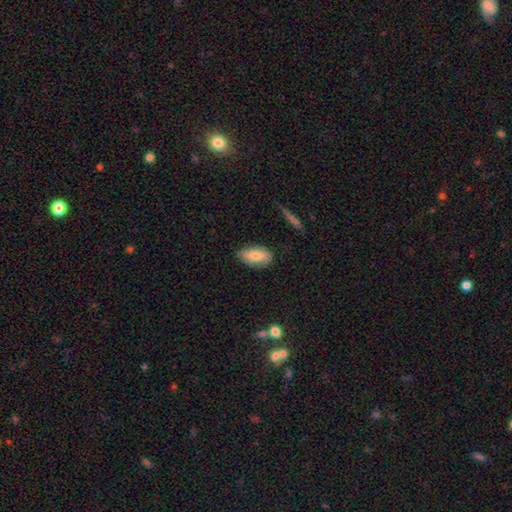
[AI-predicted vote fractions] smooth 80%, featured or disk 14%, star or artifact 7%. Down the decision tree: how rounded — in between (91%); merging — none (79%).